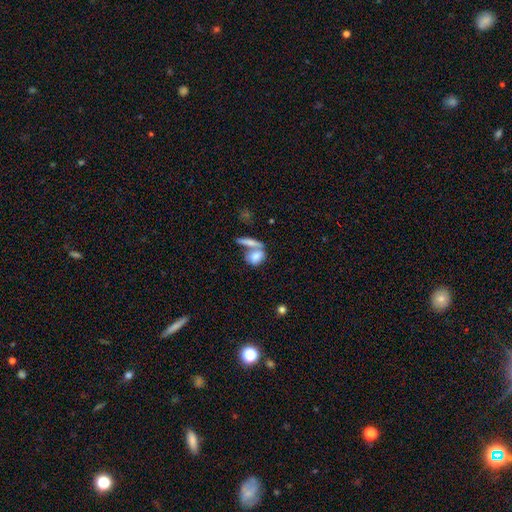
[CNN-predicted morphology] Smooth or featured?
  - smooth: 74% *
  - featured or disk: 18%
  - star or artifact: 8%
How rounded?
  - in between: 67% *
  - round: 22%
  - cigar-shaped: 11%
Merging?
  - merger: 51% *
  - none: 34%
  - minor disturbance: 9%
  - major disturbance: 6%